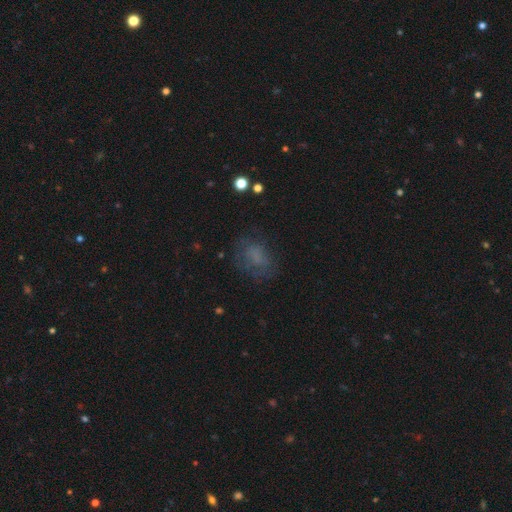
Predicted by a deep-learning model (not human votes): Smooth or featured? smooth (54%)
How rounded? in between (64%)
Merging? none (59%)